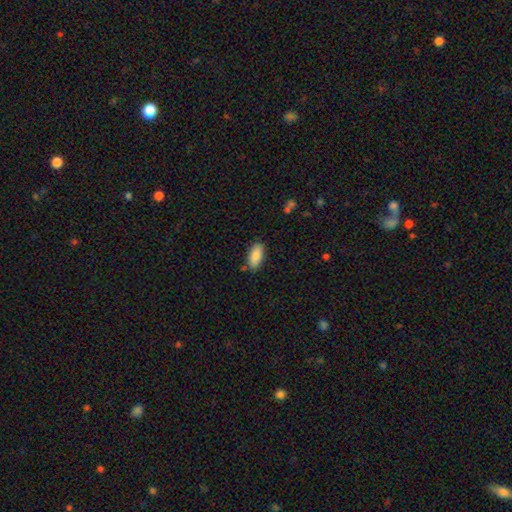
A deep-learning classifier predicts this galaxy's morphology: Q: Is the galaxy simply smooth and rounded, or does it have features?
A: smooth — 87%.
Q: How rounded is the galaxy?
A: in between — 87%.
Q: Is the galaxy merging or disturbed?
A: none — 80%.